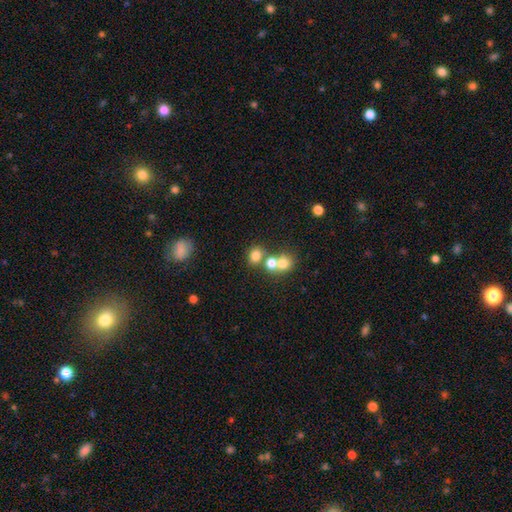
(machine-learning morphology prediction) Smooth or featured? Predicted: smooth (p=0.75). How rounded? Predicted: round (p=0.66). Merging? Predicted: none (p=0.50).